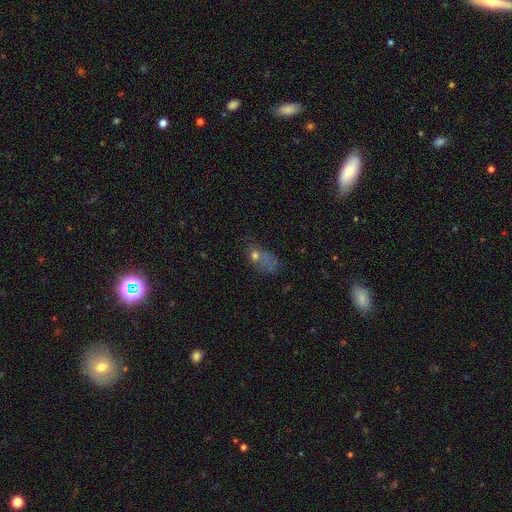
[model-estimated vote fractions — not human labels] The model was most divided on "merging": major disturbance: 32%, none: 31%, minor disturbance: 21%, merger: 16%. More confident: how rounded — in between (70%); smooth or featured — smooth (55%).